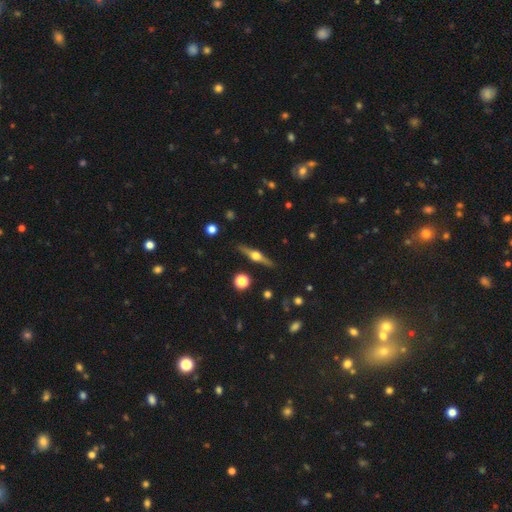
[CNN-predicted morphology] type=featured or disk (77%); edge-on=yes (98%); edge-on bulge=rounded (95%); merging=none (89%).